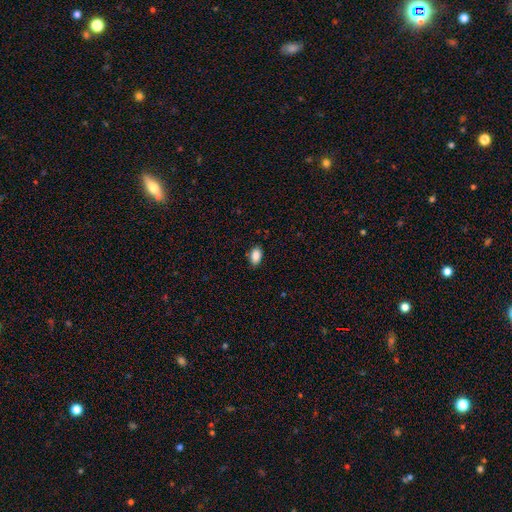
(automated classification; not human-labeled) Overall: smooth (89%). How rounded: in between (90%). Merging: none (86%).